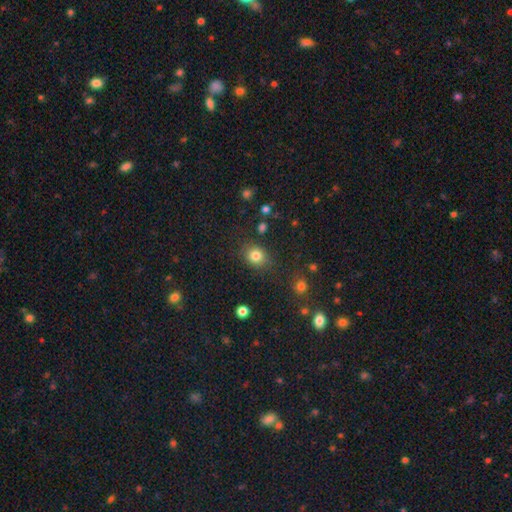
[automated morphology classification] This appears to be a smooth galaxy with no disk features (82%) that is round (67%). Merging: none (81%).